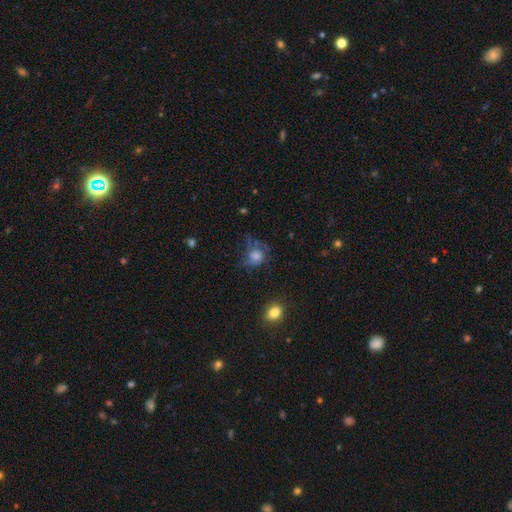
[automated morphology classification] type=smooth (46%); merging=none (46%).